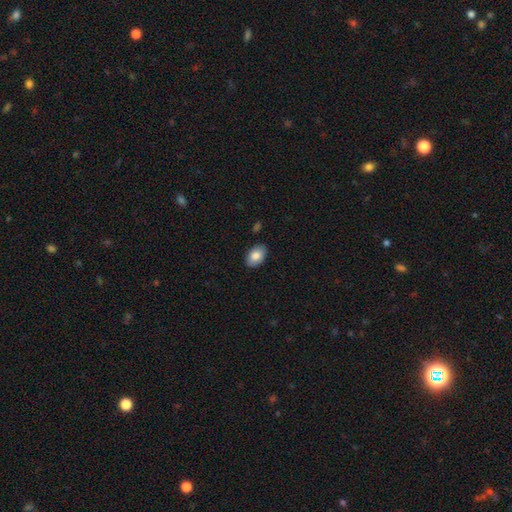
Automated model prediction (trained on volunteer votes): Q: Smooth or featured?
A: smooth (84%); runner-up: featured or disk (9%)
Q: How rounded?
A: in between (89%); runner-up: round (10%)
Q: Merging?
A: none (87%); runner-up: minor disturbance (10%)